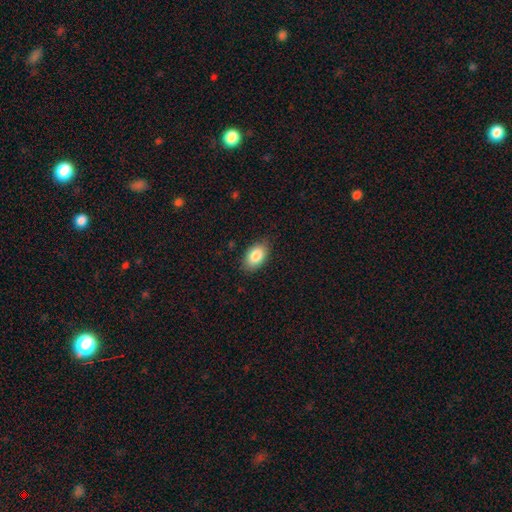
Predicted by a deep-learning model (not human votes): Overall: smooth (85%). How rounded: in between (92%). Merging: none (84%).